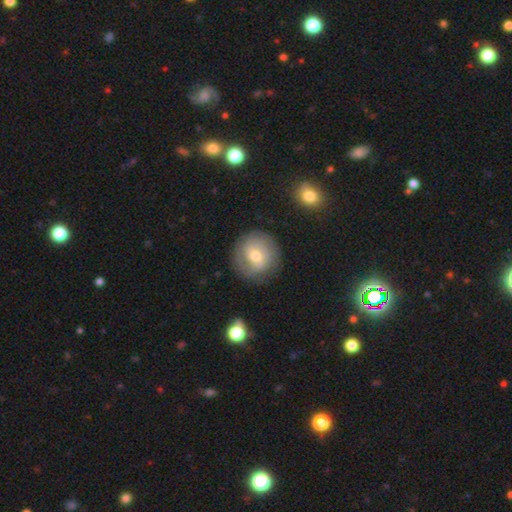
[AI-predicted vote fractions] Smooth or featured? featured or disk (49%)
Merging? none (81%)